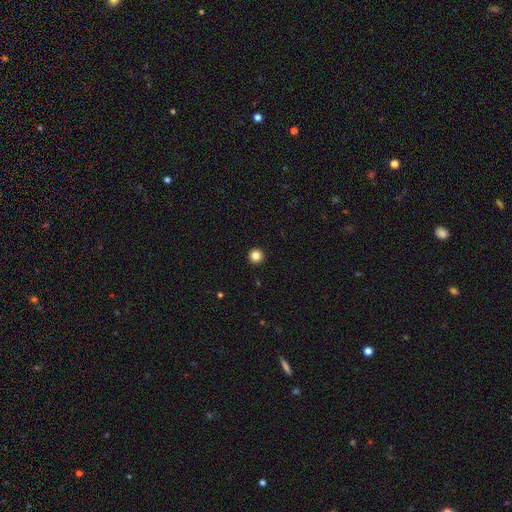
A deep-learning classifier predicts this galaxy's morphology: Smooth or featured?
  - smooth: 85% *
  - star or artifact: 11%
  - featured or disk: 4%
How rounded?
  - round: 97% *
  - in between: 2%
  - cigar-shaped: 1%
Merging?
  - none: 94% *
  - minor disturbance: 3%
  - major disturbance: 1%
  - merger: 1%